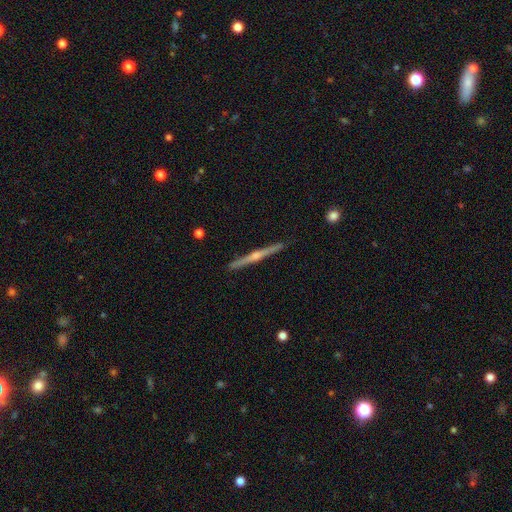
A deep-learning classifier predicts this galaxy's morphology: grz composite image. It shows a featured or disk galaxy (81%) viewed edge-on (99%) with a rounded central bulge (88%). Merging: none (92%).